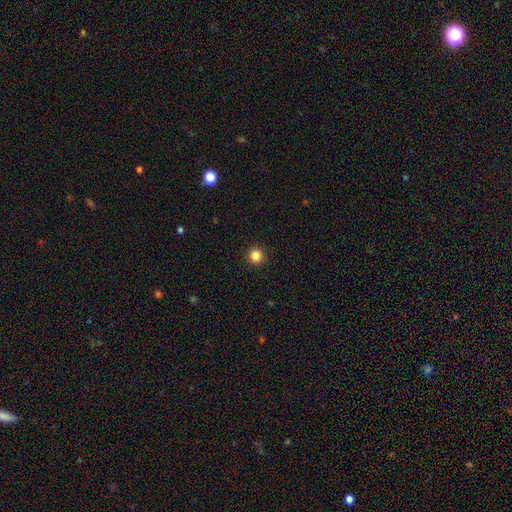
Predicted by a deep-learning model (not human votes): This appears to be a smooth galaxy with no disk features (85%) that is round (94%). Merging: none (93%).